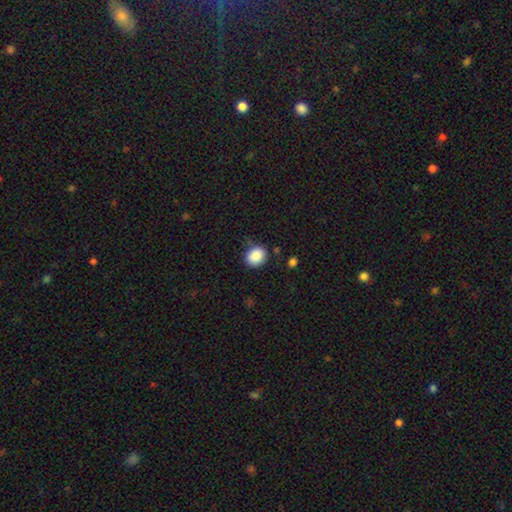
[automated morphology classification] A smooth galaxy with no disk features (88%) that is round (61%).

Vote fractions:
- Smooth or featured? smooth: 88% / star or artifact: 8% / featured or disk: 4%
- How rounded? round: 61% / in between: 38% / cigar-shaped: 1%
- Merging? none: 80% / minor disturbance: 14% / major disturbance: 4% / merger: 3%